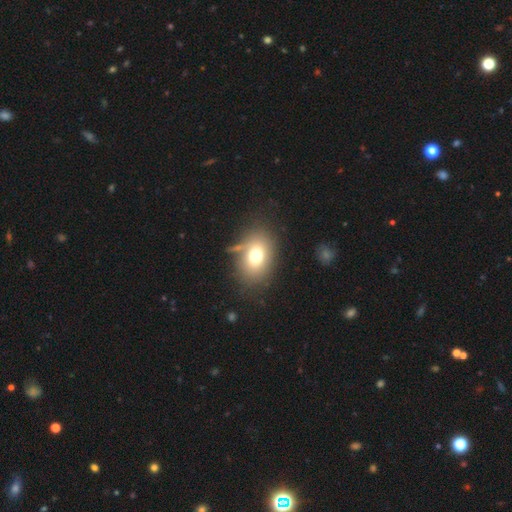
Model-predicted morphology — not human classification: Smooth or featured?
  - smooth: 72% *
  - featured or disk: 16%
  - star or artifact: 12%
How rounded?
  - in between: 69% *
  - round: 29%
  - cigar-shaped: 1%
Merging?
  - none: 74% *
  - minor disturbance: 14%
  - major disturbance: 7%
  - merger: 6%